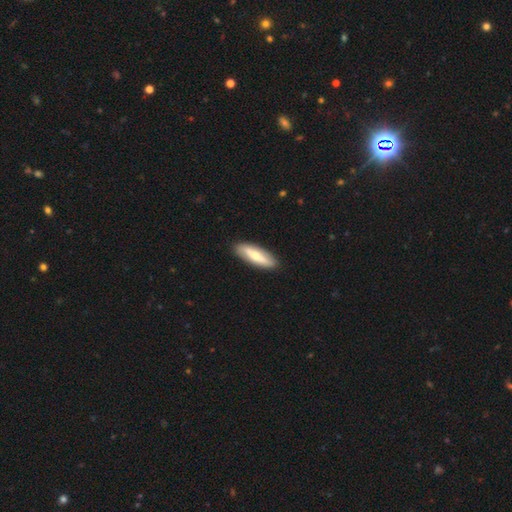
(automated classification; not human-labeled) This is possibly a smooth galaxy (54%). How rounded: possibly cigar-shaped (51%). Merging: clearly none (90%).